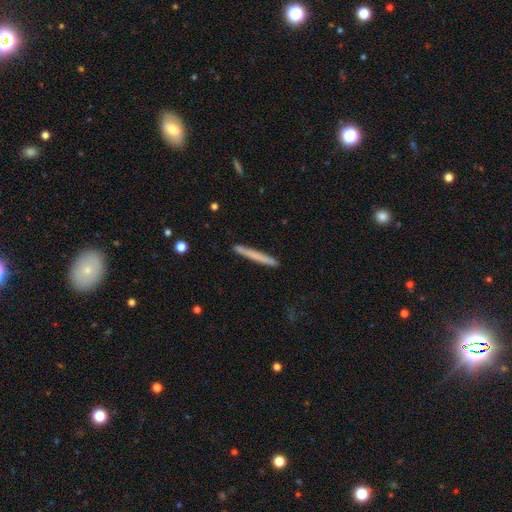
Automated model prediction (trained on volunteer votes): The model was most divided on "smooth or featured": smooth: 66%, featured or disk: 28%, star or artifact: 6%. More confident: how rounded — cigar-shaped (97%); merging — none (89%).